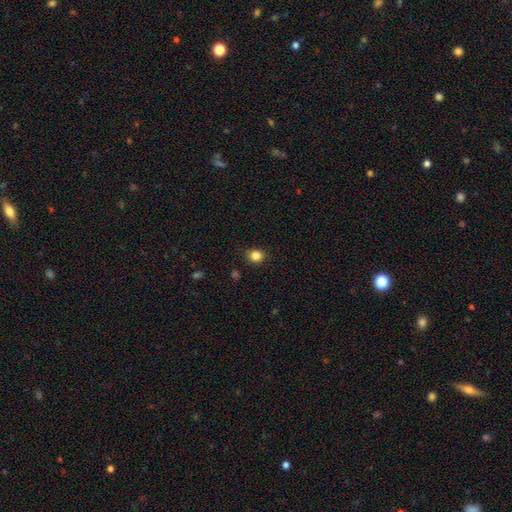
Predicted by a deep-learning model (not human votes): smooth_or_featured: smooth (p=0.84) [alt: star or artifact p=0.12]
how_rounded: round (p=0.74) [alt: in between p=0.25]
merging: none (p=0.89) [alt: minor disturbance p=0.08]